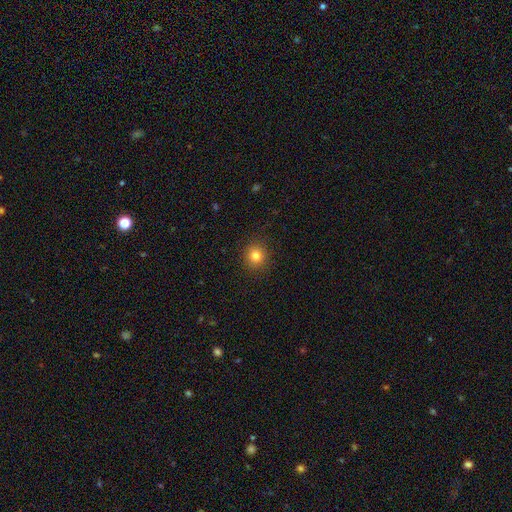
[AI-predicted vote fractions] smooth 80%, star or artifact 13%, featured or disk 7%. Down the decision tree: how rounded — round (90%); merging — none (91%).